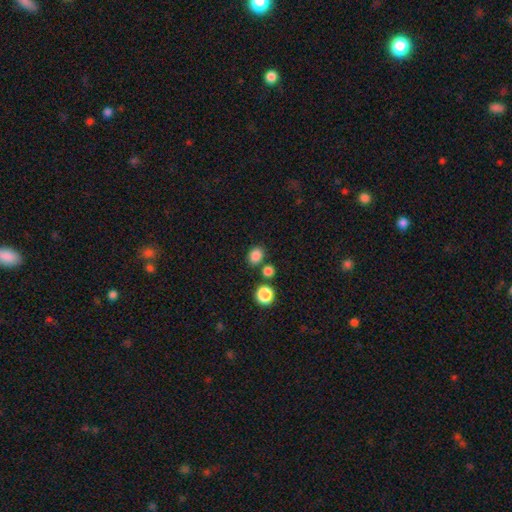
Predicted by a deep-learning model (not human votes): smooth-or-featured: smooth: 84% | star or artifact: 12% | featured or disk: 4%
  how-rounded: round: 52% | in between: 47% | cigar-shaped: 1%
  merging: none: 76% | merger: 11% | minor disturbance: 10% | major disturbance: 3%